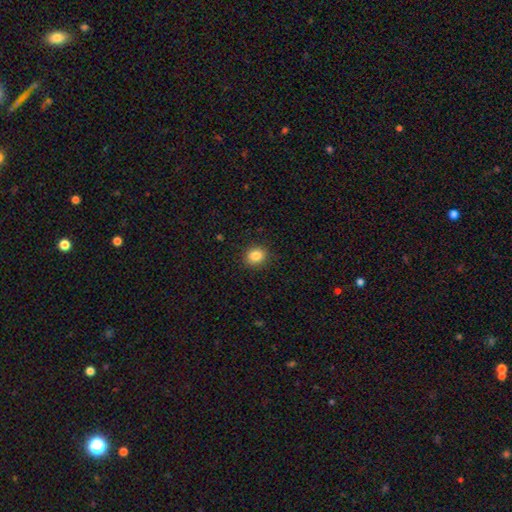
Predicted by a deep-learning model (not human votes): smooth-or-featured: smooth: 85% | star or artifact: 10% | featured or disk: 5%
  how-rounded: round: 70% | in between: 29% | cigar-shaped: 1%
  merging: none: 90% | minor disturbance: 7% | major disturbance: 2% | merger: 1%